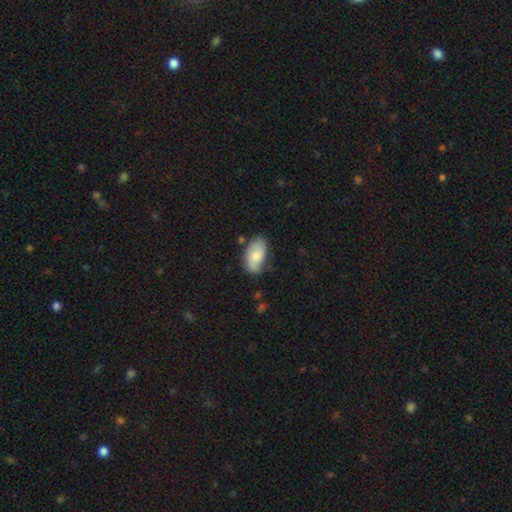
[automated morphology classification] type=smooth (72%); roundness=in between (94%); merging=none (66%).